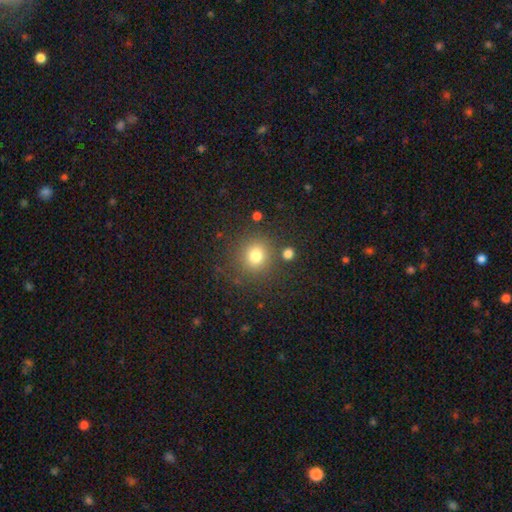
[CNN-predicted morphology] Overall: smooth (78%). How rounded: round (89%). Merging: none (82%).